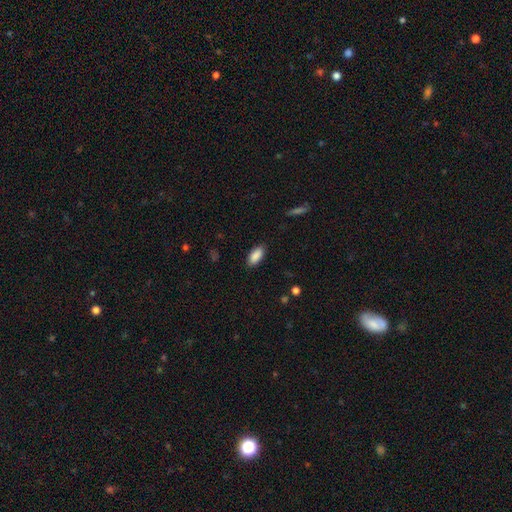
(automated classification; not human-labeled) This appears to be a smooth galaxy with no disk features (89%) that is in between round and cigar-shaped (89%). Merging: none (86%).